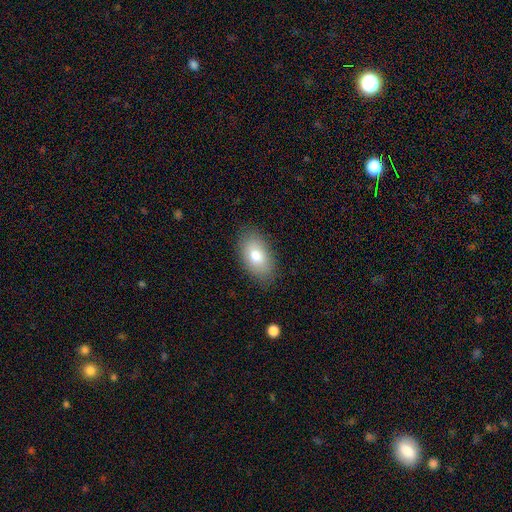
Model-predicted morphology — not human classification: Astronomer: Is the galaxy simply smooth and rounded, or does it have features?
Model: smooth — 77%.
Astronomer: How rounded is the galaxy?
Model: in between — 93%.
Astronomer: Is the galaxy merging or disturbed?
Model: none — 85%.